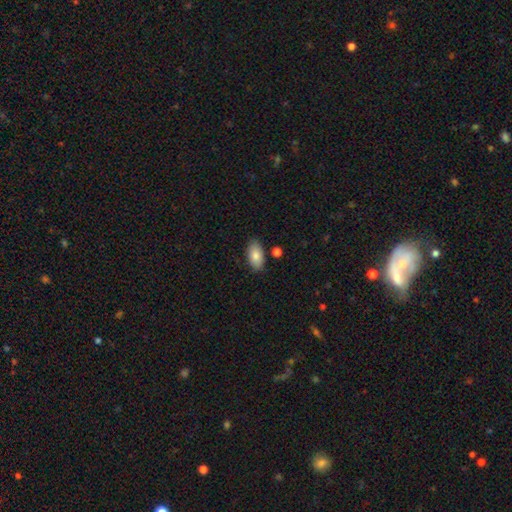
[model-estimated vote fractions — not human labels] This appears to be a smooth galaxy with no disk features (83%) that is in between round and cigar-shaped (94%). Merging: none (82%).